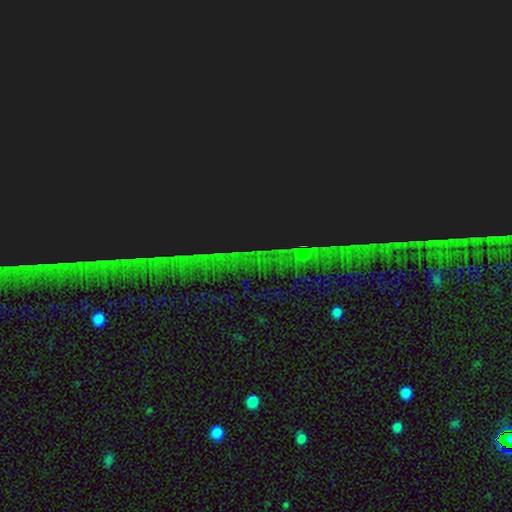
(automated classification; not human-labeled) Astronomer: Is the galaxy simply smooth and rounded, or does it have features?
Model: star or artifact — 87%.